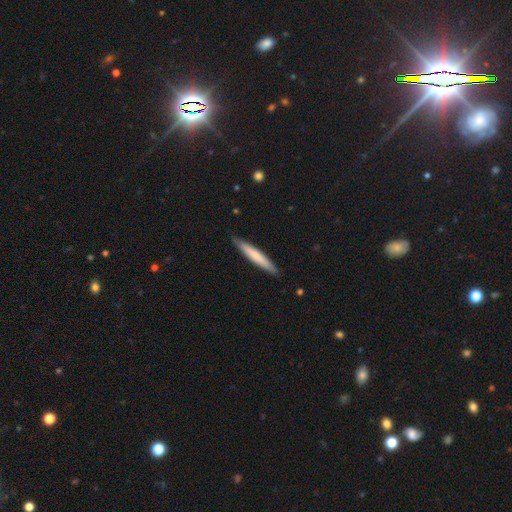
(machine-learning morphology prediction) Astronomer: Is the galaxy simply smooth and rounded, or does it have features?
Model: smooth — 68%.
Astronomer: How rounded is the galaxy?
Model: cigar-shaped — 94%.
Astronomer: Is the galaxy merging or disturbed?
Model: none — 89%.